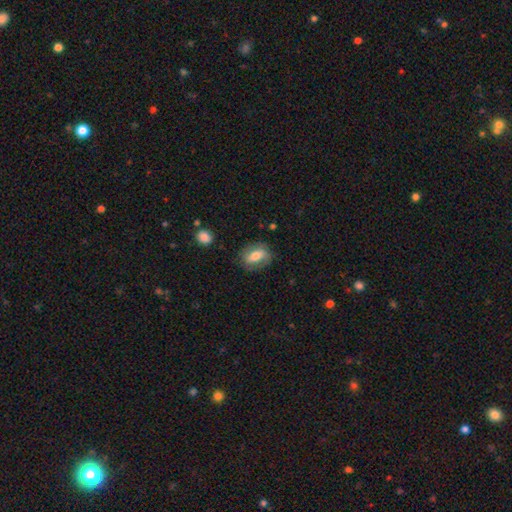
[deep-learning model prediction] This is possibly a smooth galaxy (60%). How rounded: likely in between (72%). Merging: likely none (74%).